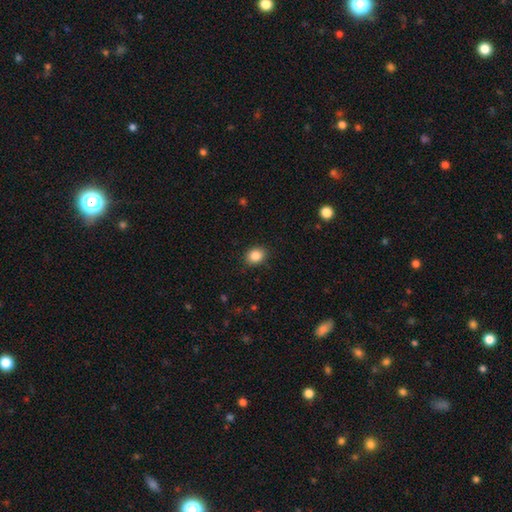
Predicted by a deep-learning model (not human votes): Q: Smooth or featured?
A: smooth (87%); runner-up: star or artifact (9%)
Q: How rounded?
A: round (53%); runner-up: in between (46%)
Q: Merging?
A: none (88%); runner-up: minor disturbance (9%)